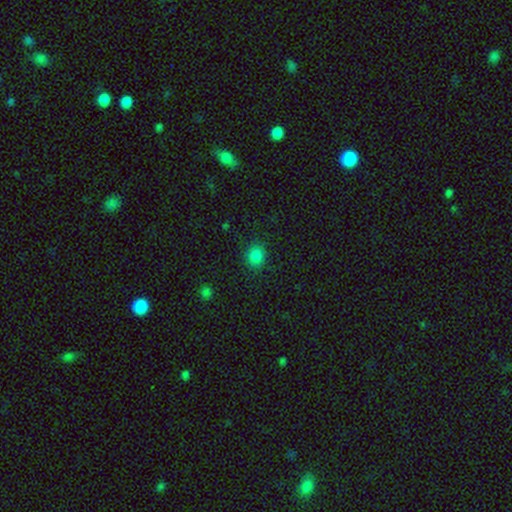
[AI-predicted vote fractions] This appears to be a smooth galaxy with no disk features (84%) that is round (71%). Merging: none (87%).